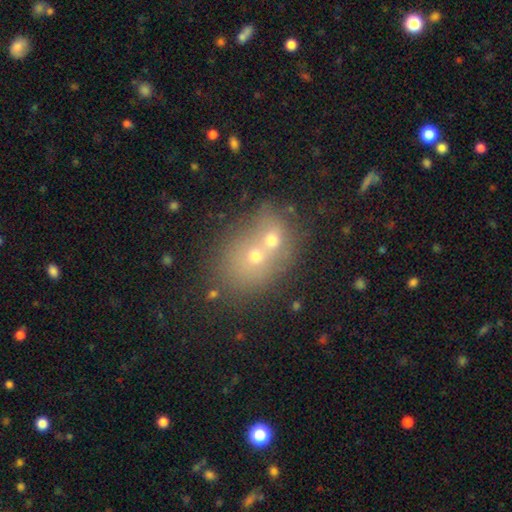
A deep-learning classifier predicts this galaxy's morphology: smooth_or_featured: smooth (p=0.54) [alt: featured or disk p=0.27]
how_rounded: round (p=0.61) [alt: in between p=0.38]
merging: merger (p=0.69) [alt: none p=0.23]